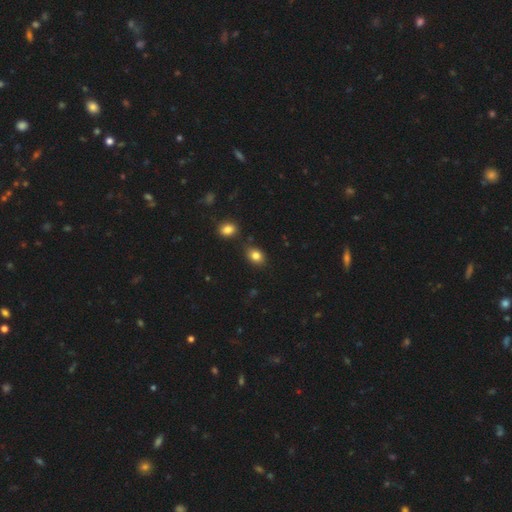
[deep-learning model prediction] This appears to be a smooth galaxy with no disk features (83%) that is in between round and cigar-shaped (71%). Merging: none (78%).